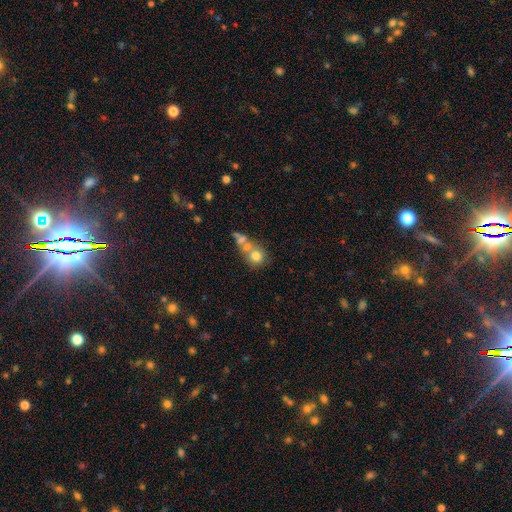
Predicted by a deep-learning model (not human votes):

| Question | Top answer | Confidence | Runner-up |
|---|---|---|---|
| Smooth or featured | smooth | 69% | featured or disk (20%) |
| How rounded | round | 79% | in between (19%) |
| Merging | merger | 51% | none (33%) |